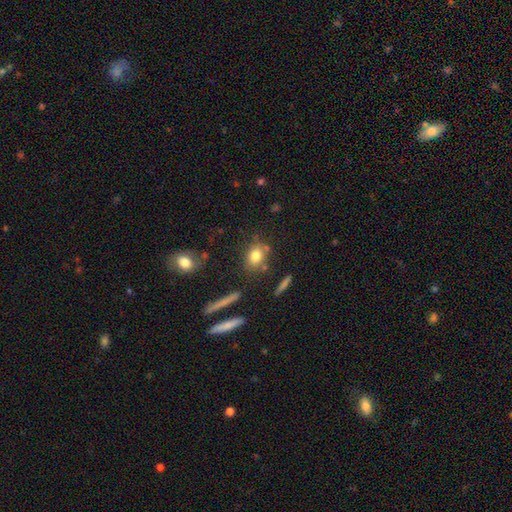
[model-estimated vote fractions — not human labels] smooth_or_featured: smooth (p=0.78) [alt: featured or disk p=0.11]
how_rounded: in between (p=0.49) [alt: round p=0.48]
merging: none (p=0.72) [alt: minor disturbance p=0.14]